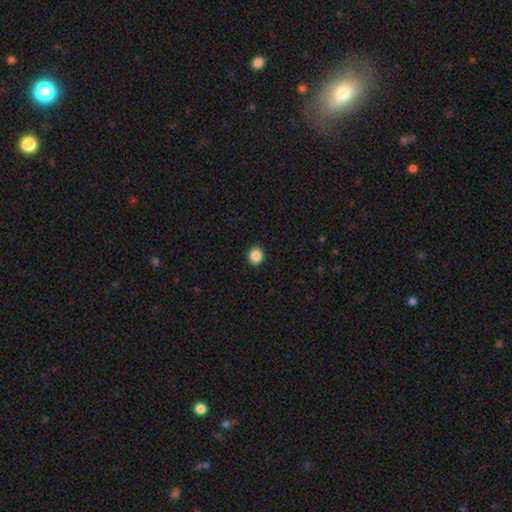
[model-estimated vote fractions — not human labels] Smooth or featured: smooth — 87% (star or artifact — 10%)
How rounded: round — 75% (in between — 24%)
Merging: none — 93% (minor disturbance — 5%)